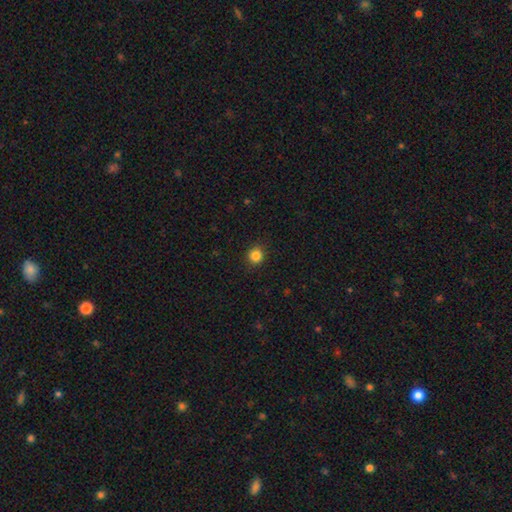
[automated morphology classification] Smooth or featured?
  - smooth: 84% *
  - star or artifact: 12%
  - featured or disk: 4%
How rounded?
  - round: 90% *
  - in between: 10%
  - cigar-shaped: 1%
Merging?
  - none: 90% *
  - minor disturbance: 7%
  - major disturbance: 2%
  - merger: 1%